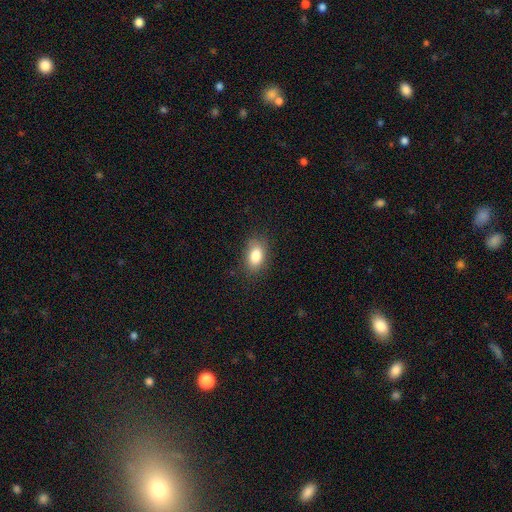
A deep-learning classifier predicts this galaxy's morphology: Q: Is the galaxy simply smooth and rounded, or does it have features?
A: smooth — 84%.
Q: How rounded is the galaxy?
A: in between — 87%.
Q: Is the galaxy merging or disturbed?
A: none — 81%.